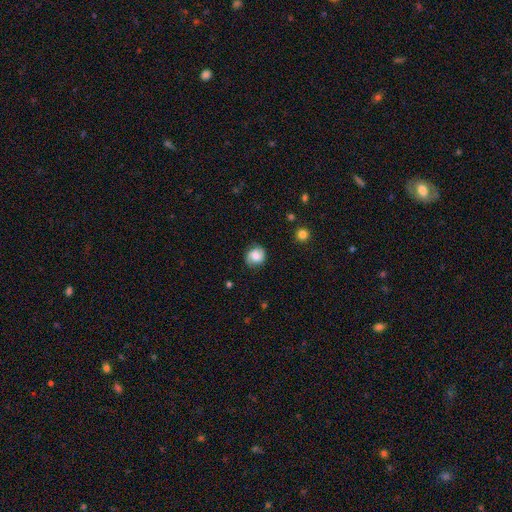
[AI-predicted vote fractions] smooth-or-featured: smooth: 55% | featured or disk: 36% | star or artifact: 9%
  how-rounded: round: 75% | in between: 24% | cigar-shaped: 1%
  merging: none: 78% | minor disturbance: 16% | major disturbance: 5% | merger: 1%